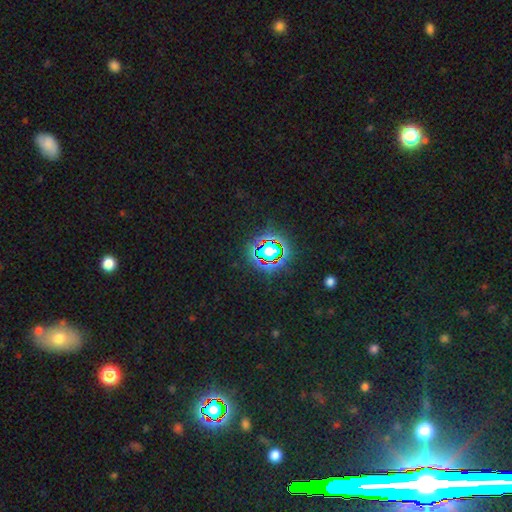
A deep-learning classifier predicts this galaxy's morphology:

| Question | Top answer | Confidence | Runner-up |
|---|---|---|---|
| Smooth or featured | star or artifact | 78% | smooth (14%) |